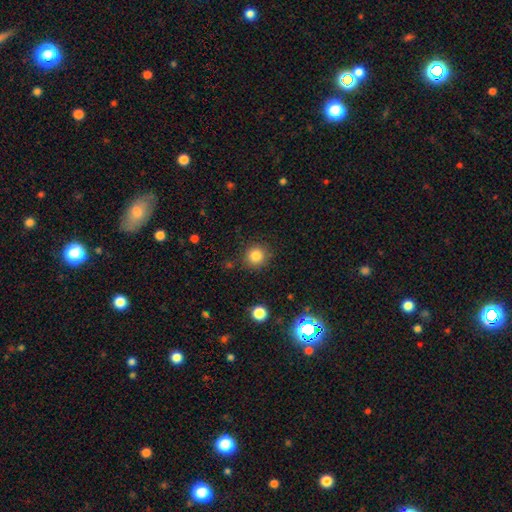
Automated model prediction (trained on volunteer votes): Morphology: type=smooth (83%); roundness=round (93%); merging=none (88%).